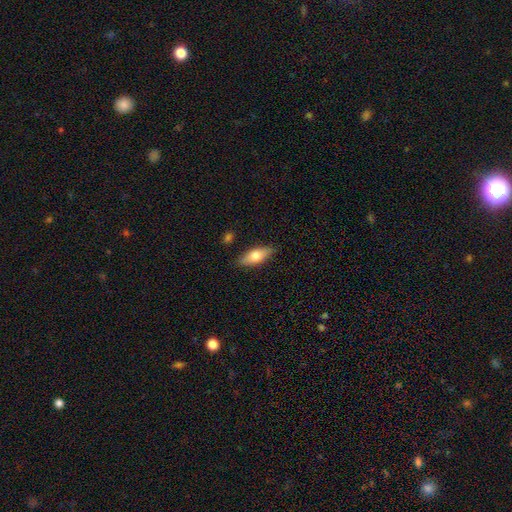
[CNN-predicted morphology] A smooth galaxy with no disk features (69%) that is in between round and cigar-shaped (73%).

Vote fractions:
- Smooth or featured? smooth: 69% / featured or disk: 25% / star or artifact: 6%
- How rounded? in between: 73% / cigar-shaped: 25% / round: 3%
- Merging? none: 86% / minor disturbance: 11% / major disturbance: 2% / merger: 2%